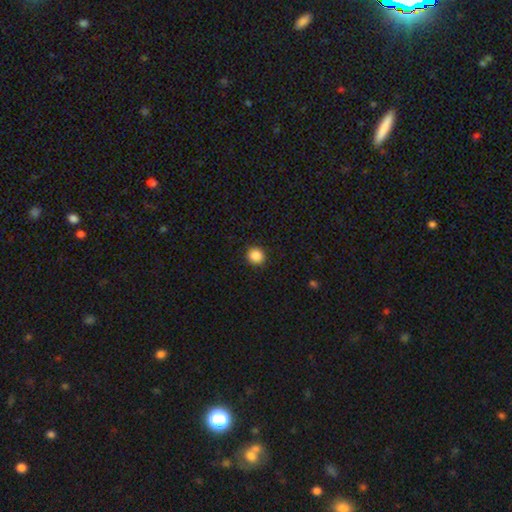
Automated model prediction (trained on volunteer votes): Smooth or featured: smooth — 88% (star or artifact — 9%)
How rounded: round — 90% (in between — 9%)
Merging: none — 92% (minor disturbance — 5%)